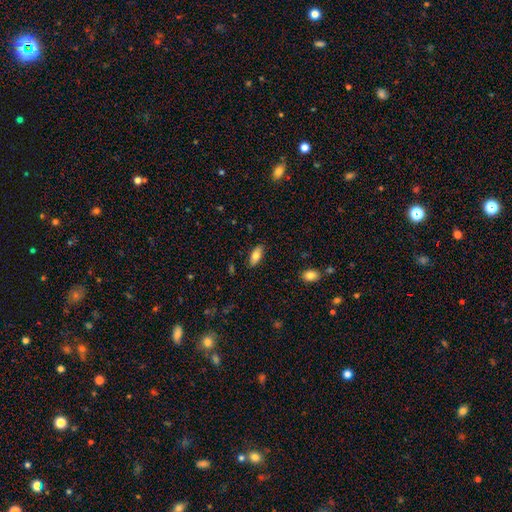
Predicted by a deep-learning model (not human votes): Smooth or featured?
  - smooth: 76% *
  - featured or disk: 18%
  - star or artifact: 7%
How rounded?
  - in between: 85% *
  - cigar-shaped: 13%
  - round: 2%
Merging?
  - none: 86% *
  - minor disturbance: 10%
  - major disturbance: 2%
  - merger: 1%